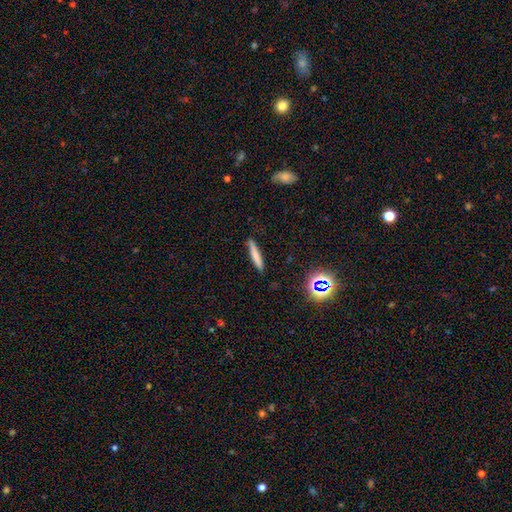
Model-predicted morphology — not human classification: Overall: smooth (72%). How rounded: cigar-shaped (92%). Merging: none (86%).